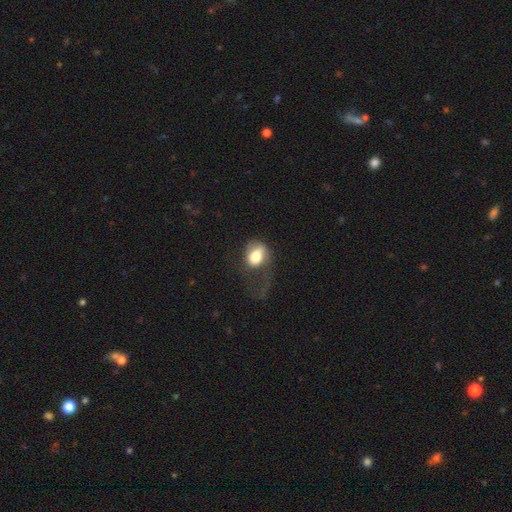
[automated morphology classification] This appears to be a smooth galaxy with no disk features (69%) that is in between round and cigar-shaped (60%). Merging: major disturbance (55%).